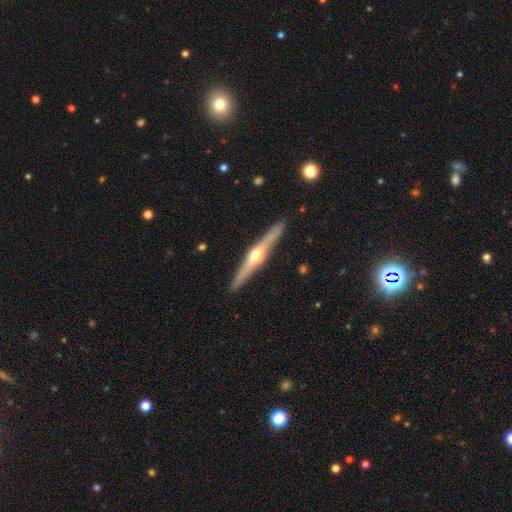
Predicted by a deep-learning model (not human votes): featured or disk 78%, smooth 17%, star or artifact 5%. Down the decision tree: edge-on disk — yes (98%); edge-on bulge — rounded (94%); merging — none (91%).